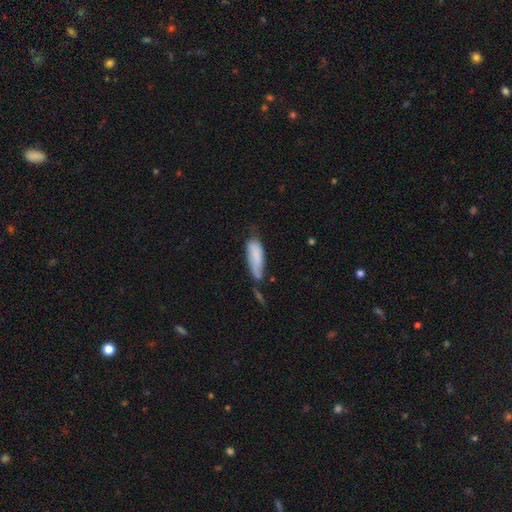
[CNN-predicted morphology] Smooth or featured?
  - smooth: 75% *
  - featured or disk: 18%
  - star or artifact: 7%
How rounded?
  - in between: 60% *
  - cigar-shaped: 38%
  - round: 2%
Merging?
  - minor disturbance: 35% *
  - none: 31%
  - major disturbance: 19%
  - merger: 16%